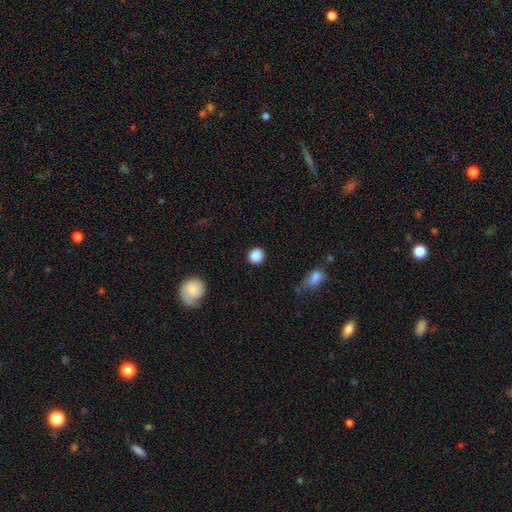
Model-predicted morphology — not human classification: The model was most divided on "smooth or featured": smooth: 87%, star or artifact: 9%, featured or disk: 4%. More confident: how rounded — round (91%); merging — none (89%).